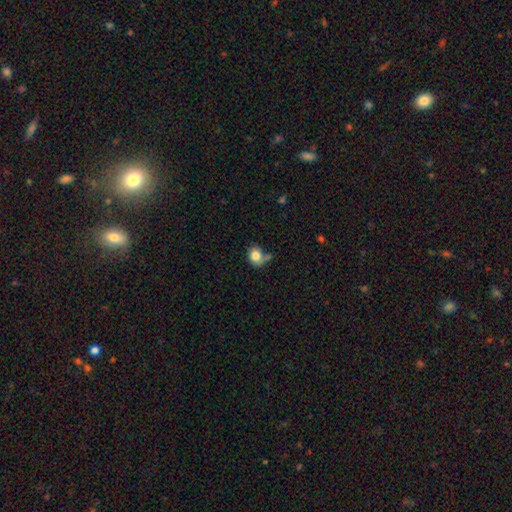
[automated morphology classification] This is clearly a smooth galaxy (82%). How rounded: likely round (62%). Merging: possibly none (46%).